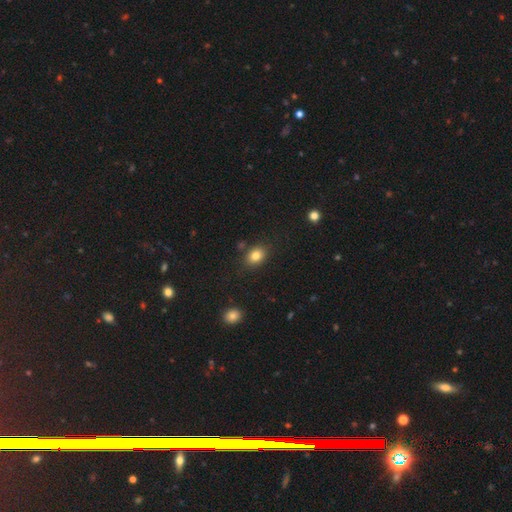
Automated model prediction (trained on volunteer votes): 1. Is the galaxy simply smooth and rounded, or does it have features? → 82% smooth, 10% star or artifact, 7% featured or disk.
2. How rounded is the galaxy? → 63% in between, 36% round, 1% cigar-shaped.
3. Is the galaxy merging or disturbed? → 82% none, 11% minor disturbance, 4% merger, 3% major disturbance.